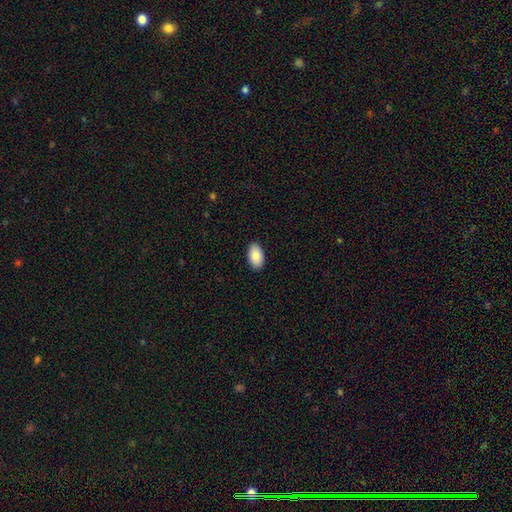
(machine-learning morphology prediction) Overall: smooth (87%). How rounded: in between (95%). Merging: none (91%).